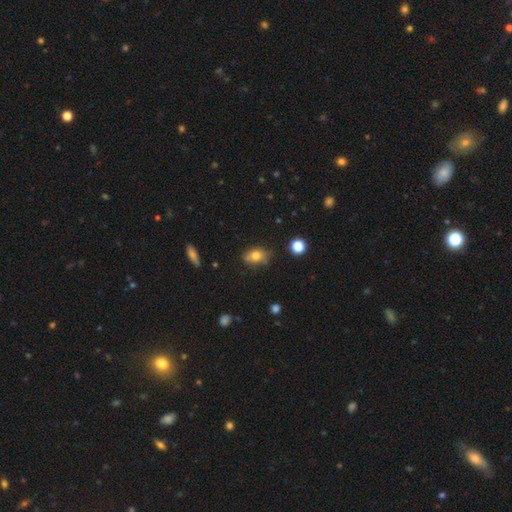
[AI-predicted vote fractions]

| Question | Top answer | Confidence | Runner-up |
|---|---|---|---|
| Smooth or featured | smooth | 75% | featured or disk (14%) |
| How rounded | in between | 73% | round (25%) |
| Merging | none | 64% | minor disturbance (25%) |